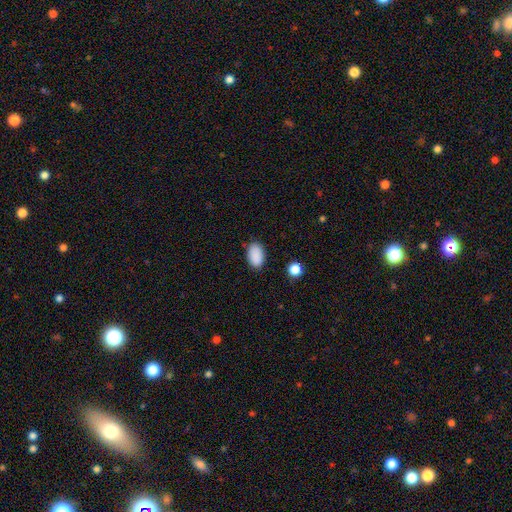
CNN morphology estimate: smooth-or-featured: smooth: 88% | star or artifact: 8% | featured or disk: 4%
  how-rounded: in between: 91% | round: 8% | cigar-shaped: 1%
  merging: none: 82% | minor disturbance: 13% | major disturbance: 3% | merger: 2%